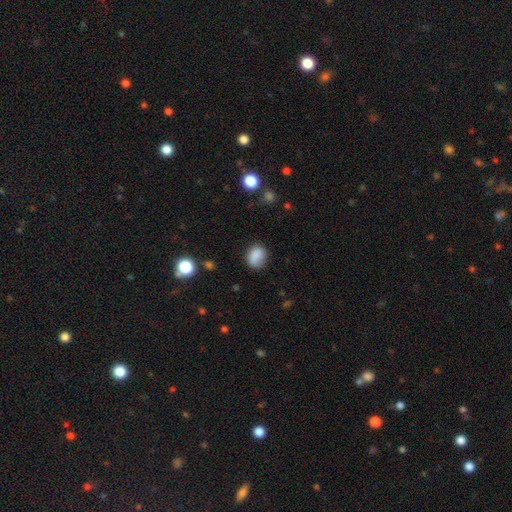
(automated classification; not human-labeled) Smooth or featured? Predicted: smooth (p=0.84). How rounded? Predicted: in between (p=0.53). Merging? Predicted: none (p=0.71).